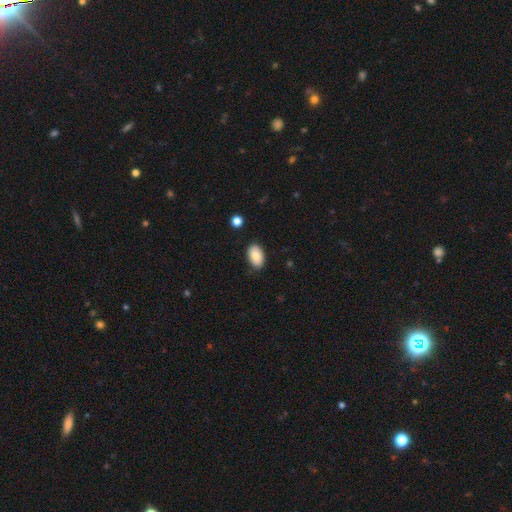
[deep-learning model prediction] Smooth or featured? smooth (85%)
How rounded? in between (93%)
Merging? none (82%)